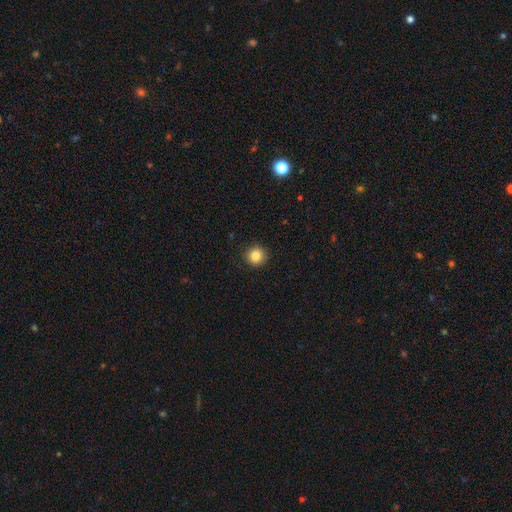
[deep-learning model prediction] This appears to be a smooth galaxy with no disk features (84%) that is round (92%). Merging: none (91%).